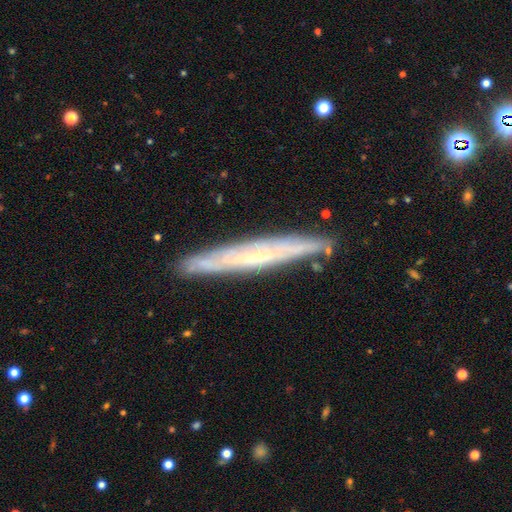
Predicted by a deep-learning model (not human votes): Smooth or featured? Predicted: featured or disk (p=0.70). Edge-on disk? Predicted: yes (p=0.81). Edge-on bulge? Predicted: none (p=0.71). Merging? Predicted: none (p=0.86).